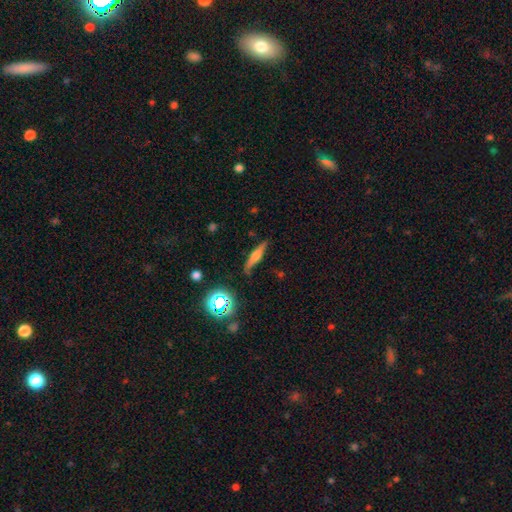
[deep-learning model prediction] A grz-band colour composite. It shows a featured or disk galaxy (49%). Merging: none (79%).